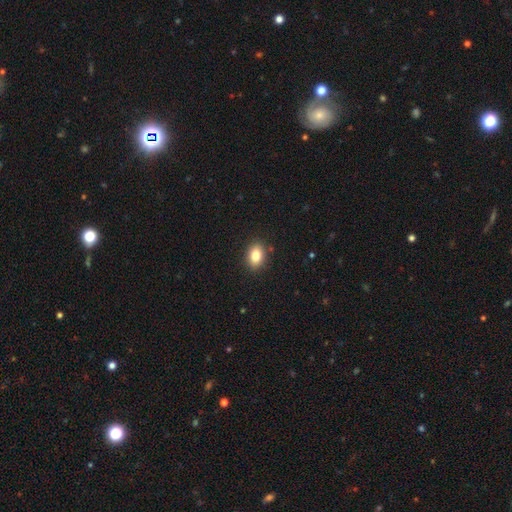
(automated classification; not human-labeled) A smooth galaxy with no disk features (83%) that is in between round and cigar-shaped (76%).

Vote fractions:
- Smooth or featured? smooth: 83% / star or artifact: 9% / featured or disk: 8%
- How rounded? in between: 76% / round: 22% / cigar-shaped: 1%
- Merging? none: 89% / minor disturbance: 8% / major disturbance: 2% / merger: 1%